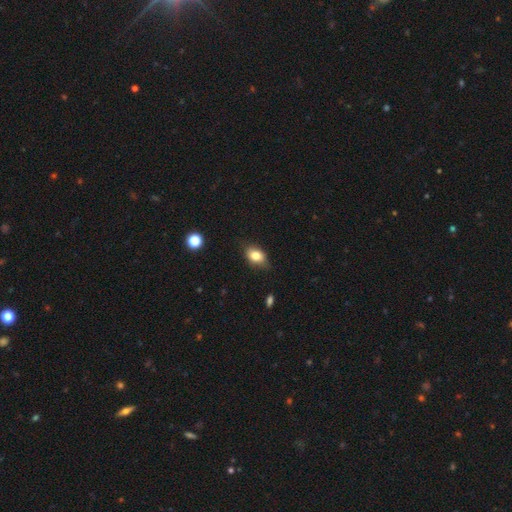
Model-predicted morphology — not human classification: This appears to be a smooth galaxy with no disk features (80%) that is in between round and cigar-shaped (80%). Merging: none (76%).